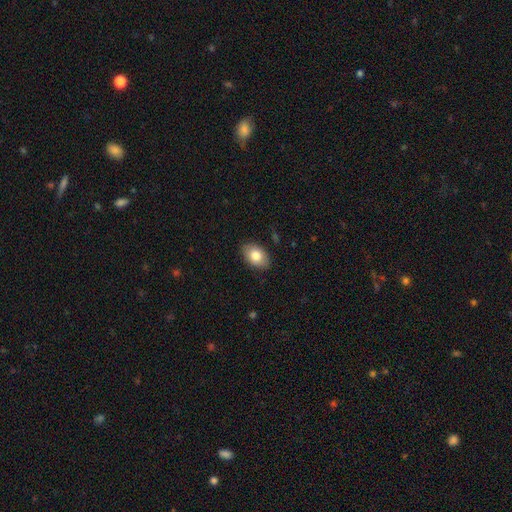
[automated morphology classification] This appears to be a smooth galaxy with no disk features (81%) that is in between round and cigar-shaped (88%). Merging: none (87%).